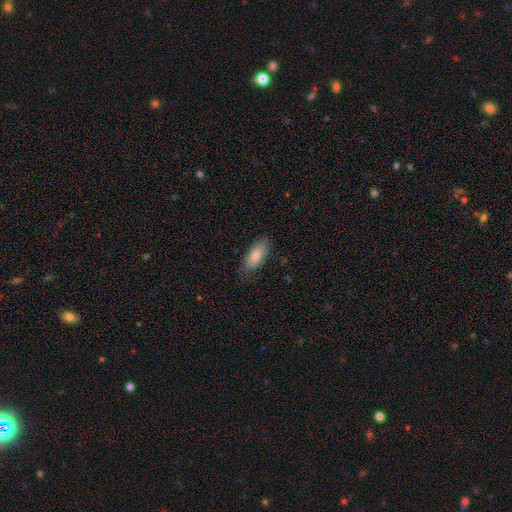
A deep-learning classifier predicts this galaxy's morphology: Smooth or featured: smooth — 82% (featured or disk — 12%)
How rounded: in between — 86% (cigar-shaped — 12%)
Merging: none — 74% (minor disturbance — 20%)